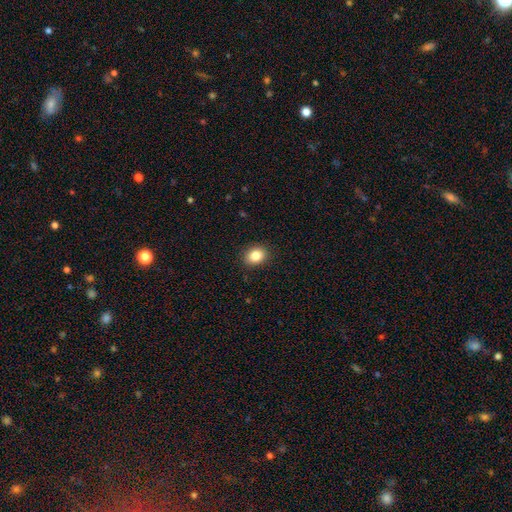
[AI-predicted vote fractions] smooth 84%, star or artifact 10%, featured or disk 6%. Down the decision tree: how rounded — in between (50%); merging — none (89%).